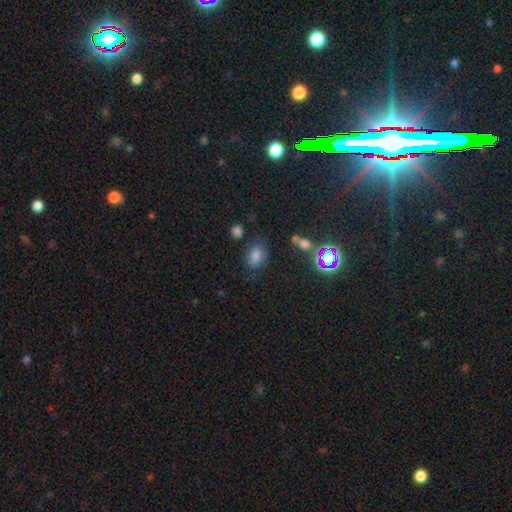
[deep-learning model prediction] Overall: smooth (64%). How rounded: in between (71%). Merging: none (66%).